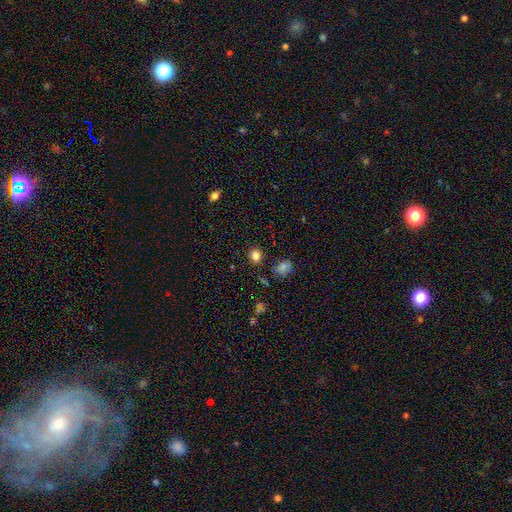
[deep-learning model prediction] Smooth or featured?
  - smooth: 83% *
  - star or artifact: 13%
  - featured or disk: 5%
How rounded?
  - round: 74% *
  - in between: 25%
  - cigar-shaped: 1%
Merging?
  - none: 86% *
  - minor disturbance: 8%
  - merger: 3%
  - major disturbance: 3%